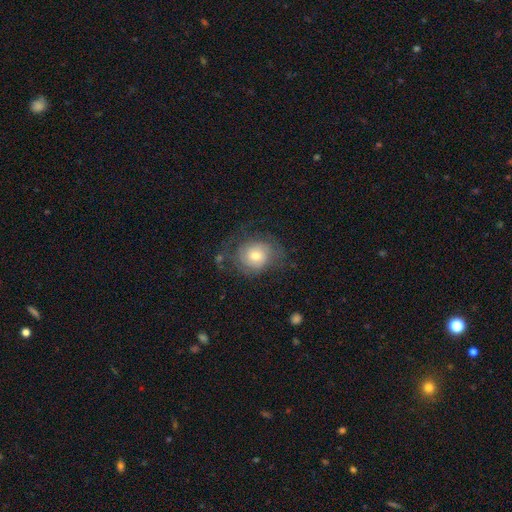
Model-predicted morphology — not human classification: Smooth or featured: featured or disk — 49% (smooth — 43%)
Merging: none — 61% (minor disturbance — 21%)